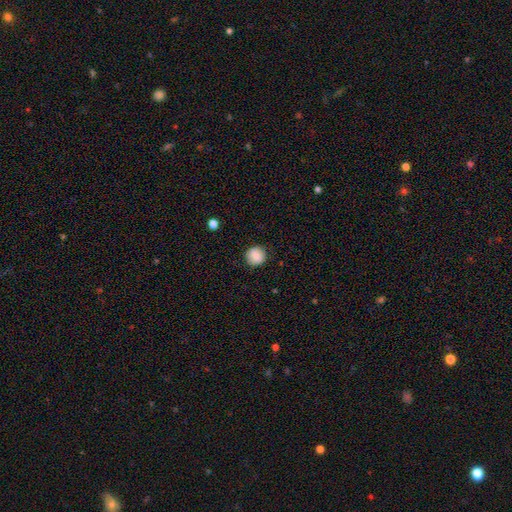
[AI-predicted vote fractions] Q: Smooth or featured?
A: smooth (83%); runner-up: featured or disk (9%)
Q: How rounded?
A: round (91%); runner-up: in between (8%)
Q: Merging?
A: none (88%); runner-up: minor disturbance (8%)